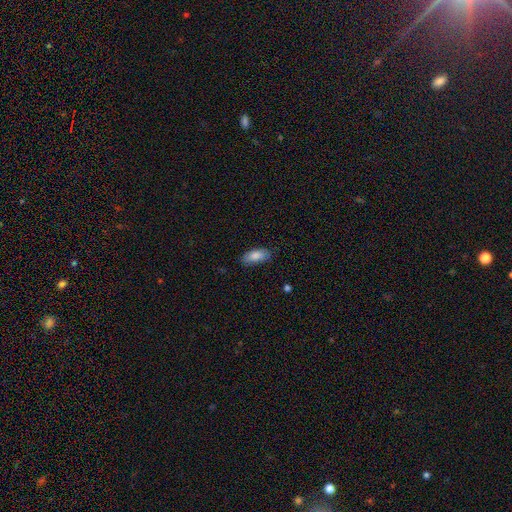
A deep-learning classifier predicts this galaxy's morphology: Smooth or featured? smooth (85%)
How rounded? in between (89%)
Merging? none (78%)